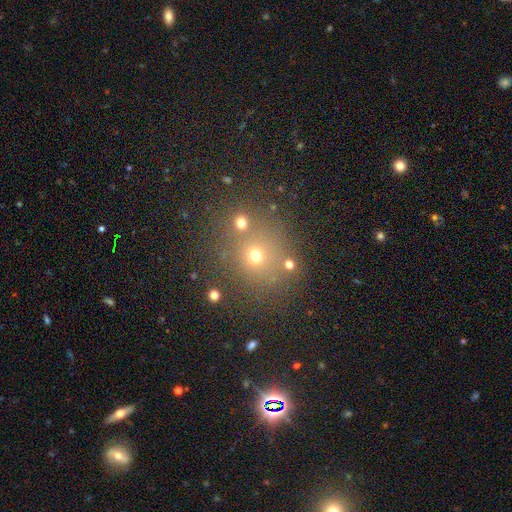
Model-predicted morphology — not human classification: type=smooth (61%); roundness=round (86%); merging=none (72%).